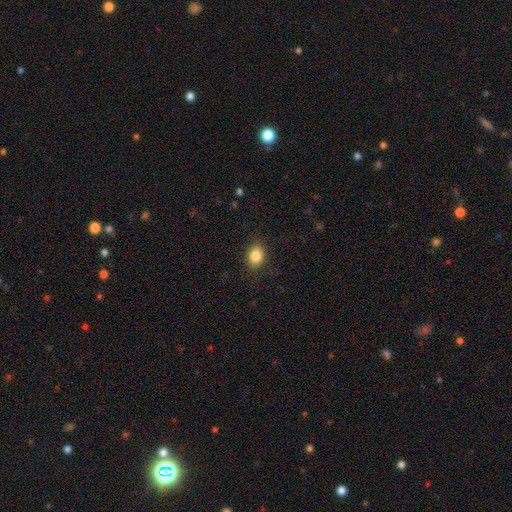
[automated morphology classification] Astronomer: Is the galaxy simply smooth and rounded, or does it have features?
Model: smooth — 85%.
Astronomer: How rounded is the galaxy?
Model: in between — 60% (runner-up: round, 39%).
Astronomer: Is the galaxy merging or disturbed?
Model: none — 86%.